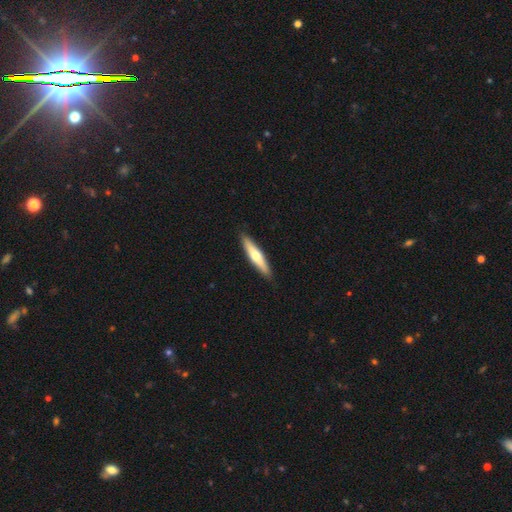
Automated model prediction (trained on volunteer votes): smooth_or_featured: smooth (p=0.50) [alt: featured or disk p=0.45]
merging: none (p=0.90) [alt: minor disturbance p=0.07]